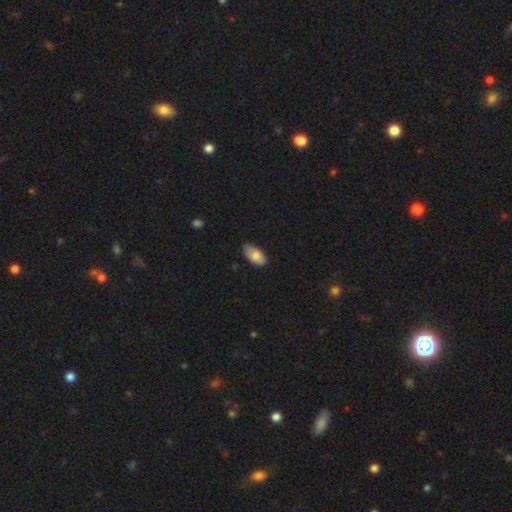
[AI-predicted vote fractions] smooth-or-featured: smooth: 81% | featured or disk: 12% | star or artifact: 7%
  how-rounded: in between: 94% | cigar-shaped: 3% | round: 3%
  merging: none: 75% | minor disturbance: 21% | major disturbance: 3% | merger: 1%